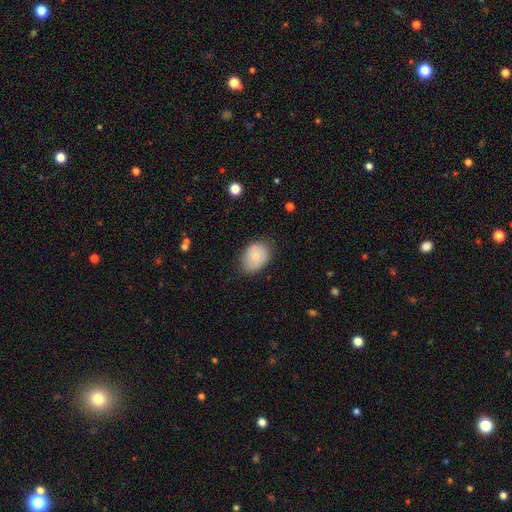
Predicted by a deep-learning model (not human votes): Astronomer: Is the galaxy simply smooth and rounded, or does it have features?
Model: smooth — 76%.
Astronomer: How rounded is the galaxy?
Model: in between — 69%.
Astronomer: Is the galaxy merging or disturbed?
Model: none — 70%.